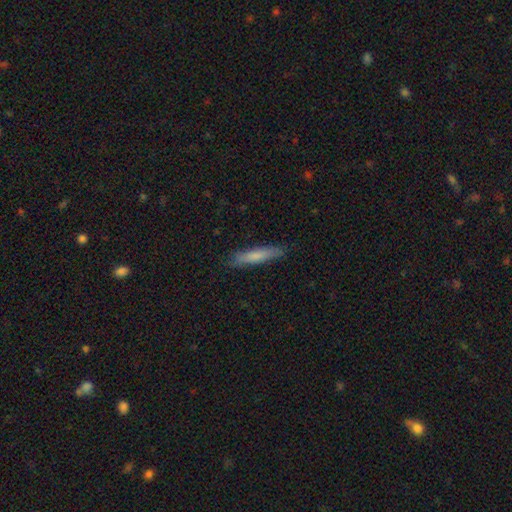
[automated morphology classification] A smooth galaxy with no disk features (73%) that is cigar-shaped (90%).

Vote fractions:
- Smooth or featured? smooth: 73% / featured or disk: 21% / star or artifact: 6%
- How rounded? cigar-shaped: 90% / in between: 8% / round: 1%
- Merging? none: 85% / minor disturbance: 12% / major disturbance: 2% / merger: 1%